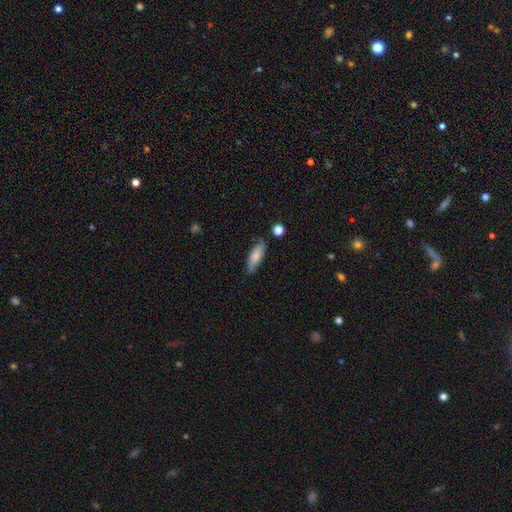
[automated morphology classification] A smooth galaxy with no disk features (74%) that is in between round and cigar-shaped (51%). Merging: none (74%).